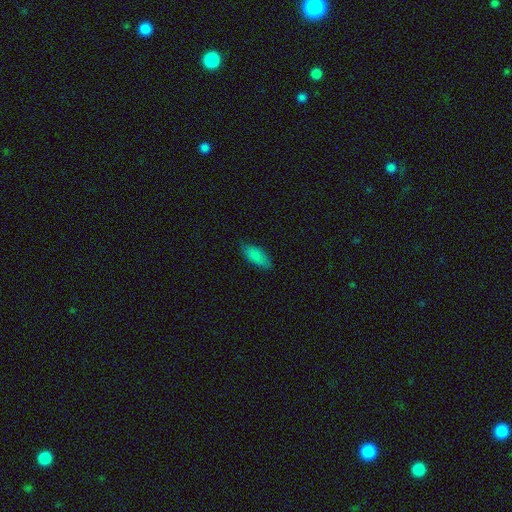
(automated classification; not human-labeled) A smooth galaxy with no disk features (86%) that is in between round and cigar-shaped (80%).

Vote fractions:
- Smooth or featured? smooth: 86% / star or artifact: 8% / featured or disk: 6%
- How rounded? in between: 80% / cigar-shaped: 18% / round: 2%
- Merging? none: 80% / minor disturbance: 16% / major disturbance: 3% / merger: 1%